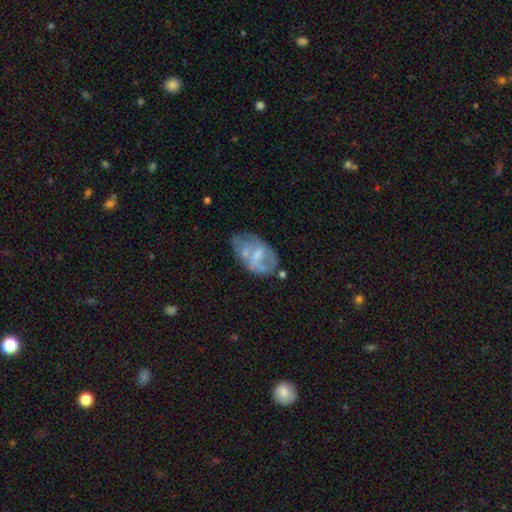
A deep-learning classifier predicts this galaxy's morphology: Overall: featured or disk (54%; smooth 37%). Edge-on disk: no (96%). Bar: no (49%; weak 39%). Spiral arms: no (67%; yes 33%). Bulge size: small (36%; moderate 34%). Merging: none (40%; minor disturbance 28%).